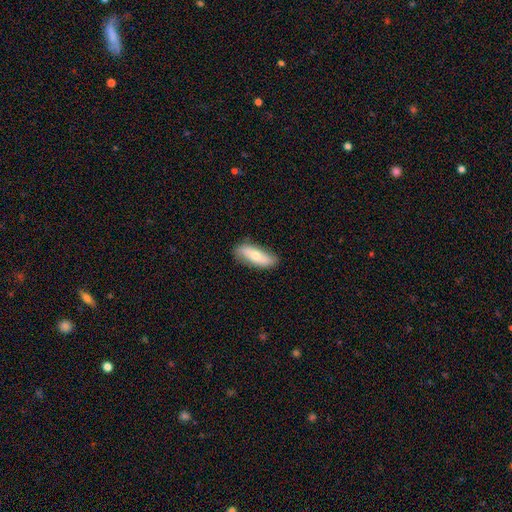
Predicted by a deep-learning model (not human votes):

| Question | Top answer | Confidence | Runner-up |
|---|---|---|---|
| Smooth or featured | smooth | 62% | featured or disk (33%) |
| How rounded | in between | 63% | cigar-shaped (34%) |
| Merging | none | 82% | minor disturbance (14%) |